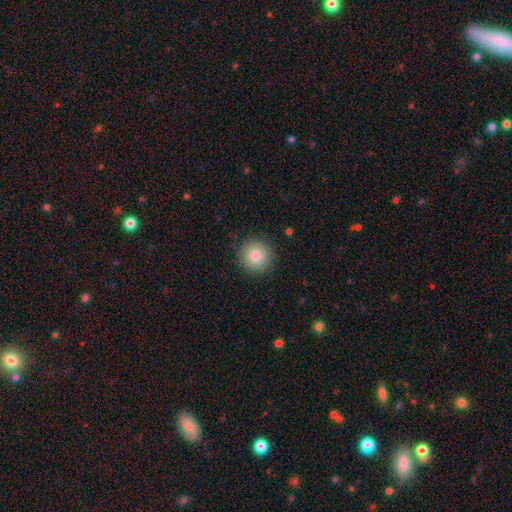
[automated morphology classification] smooth 84%, star or artifact 9%, featured or disk 7%. Down the decision tree: how rounded — round (95%); merging — none (90%).